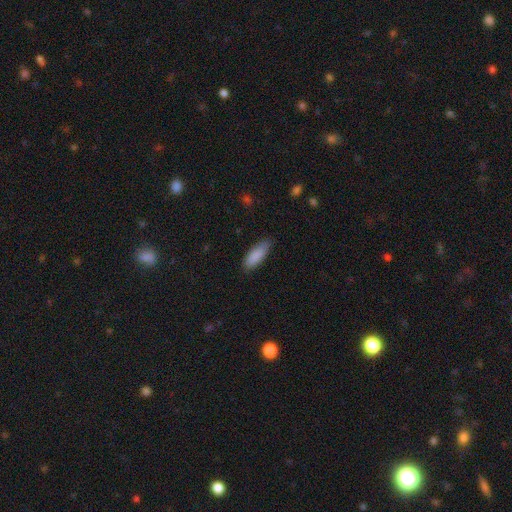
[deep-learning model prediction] A smooth galaxy with no disk features (88%) that is in between round and cigar-shaped (68%).

Vote fractions:
- Smooth or featured? smooth: 88% / featured or disk: 6% / star or artifact: 6%
- How rounded? in between: 68% / cigar-shaped: 30% / round: 2%
- Merging? none: 81% / minor disturbance: 15% / major disturbance: 3% / merger: 1%